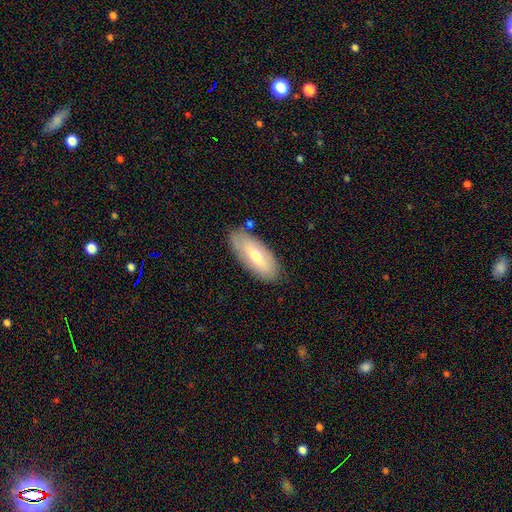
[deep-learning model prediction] A smooth galaxy with no disk features (58%) that is in between round and cigar-shaped (80%).

Vote fractions:
- Smooth or featured? smooth: 58% / featured or disk: 36% / star or artifact: 6%
- How rounded? in between: 80% / cigar-shaped: 18% / round: 2%
- Merging? none: 82% / minor disturbance: 13% / major disturbance: 3% / merger: 2%